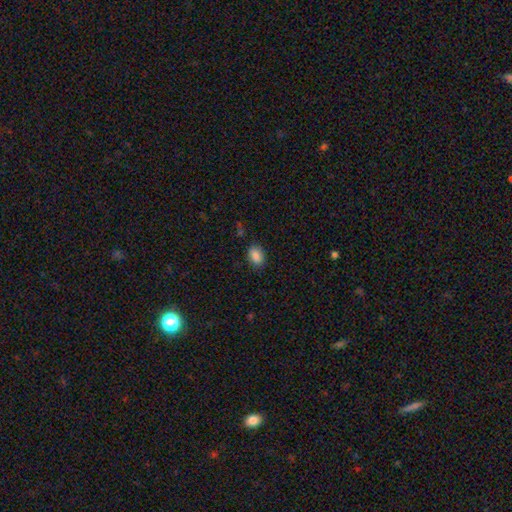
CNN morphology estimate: smooth 85%, star or artifact 9%, featured or disk 6%. Down the decision tree: how rounded — in between (79%); merging — none (86%).